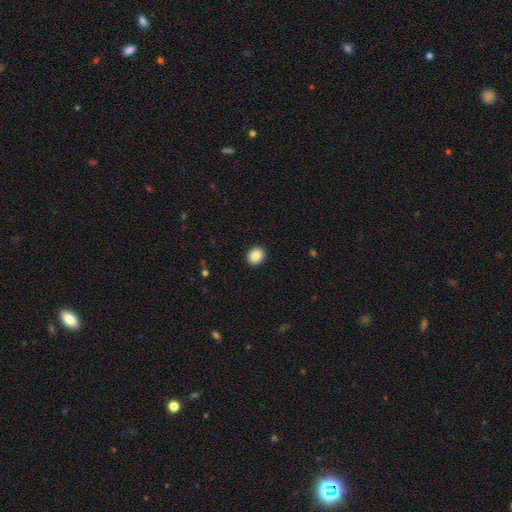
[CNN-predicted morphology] This is clearly a smooth galaxy (88%). How rounded: likely round (69%). Merging: clearly none (92%).